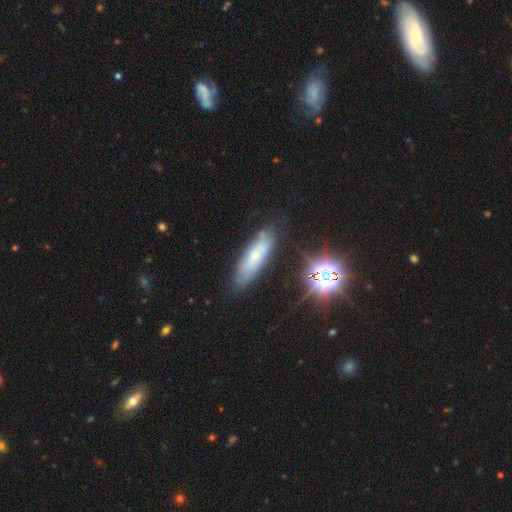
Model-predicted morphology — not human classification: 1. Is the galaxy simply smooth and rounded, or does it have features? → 49% smooth, 34% featured or disk, 17% star or artifact.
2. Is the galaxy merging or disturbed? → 79% none, 15% minor disturbance, 4% major disturbance, 2% merger.